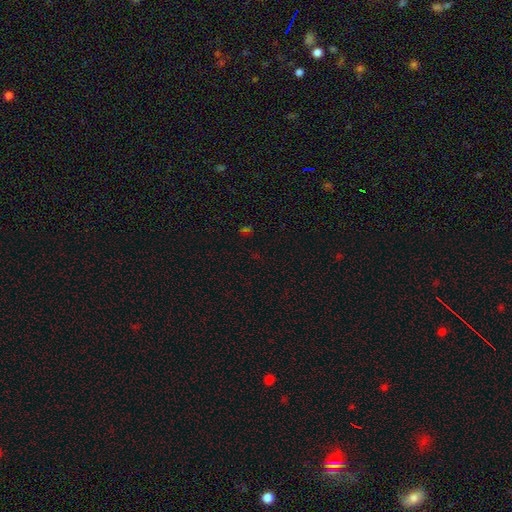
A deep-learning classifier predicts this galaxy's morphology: Smooth or featured?
  - star or artifact: 62% *
  - smooth: 31%
  - featured or disk: 8%